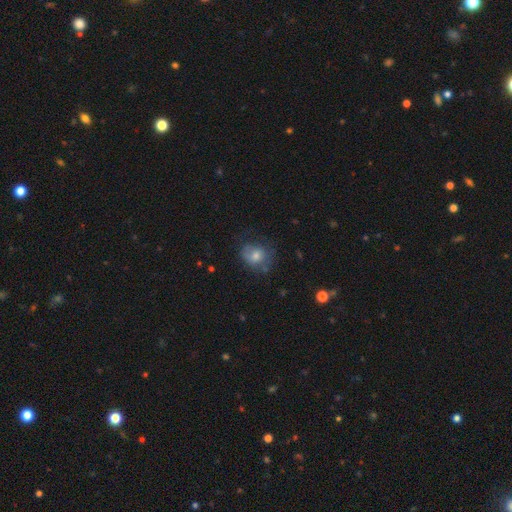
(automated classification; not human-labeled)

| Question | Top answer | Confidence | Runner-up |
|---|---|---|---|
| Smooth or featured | smooth | 68% | featured or disk (21%) |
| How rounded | round | 61% | in between (38%) |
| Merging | none | 52% | minor disturbance (28%) |